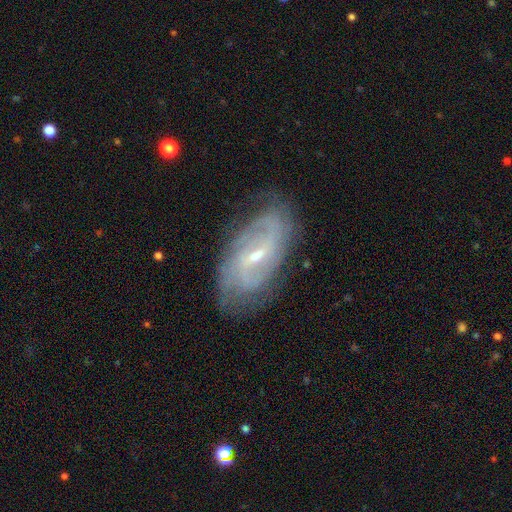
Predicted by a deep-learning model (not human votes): Q: Smooth or featured?
A: featured or disk (85%); runner-up: smooth (9%)
Q: Edge-on disk?
A: no (94%); runner-up: yes (6%)
Q: Bar?
A: weak (51%); runner-up: strong (32%)
Q: Spiral arms?
A: yes (93%); runner-up: no (7%)
Q: Spiral winding?
A: tight (41%); runner-up: medium (40%)
Q: Spiral arm count?
A: 2 (46%); runner-up: can't tell (28%)
Q: Bulge size?
A: small (67%); runner-up: moderate (30%)
Q: Merging?
A: none (76%); runner-up: minor disturbance (17%)